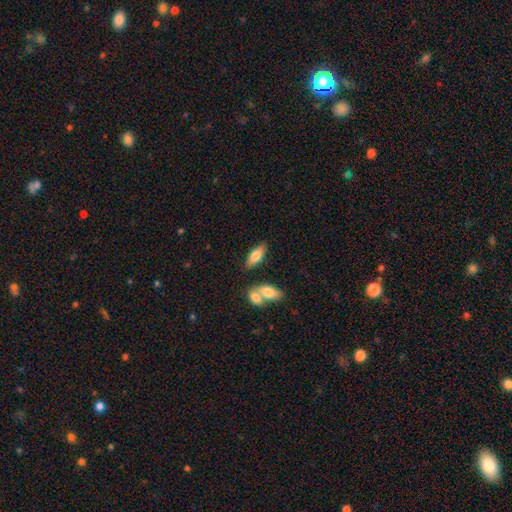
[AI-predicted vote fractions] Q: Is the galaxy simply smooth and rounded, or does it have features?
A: smooth — 66%.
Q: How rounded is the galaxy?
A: in between — 69%.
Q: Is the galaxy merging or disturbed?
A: none — 70%.